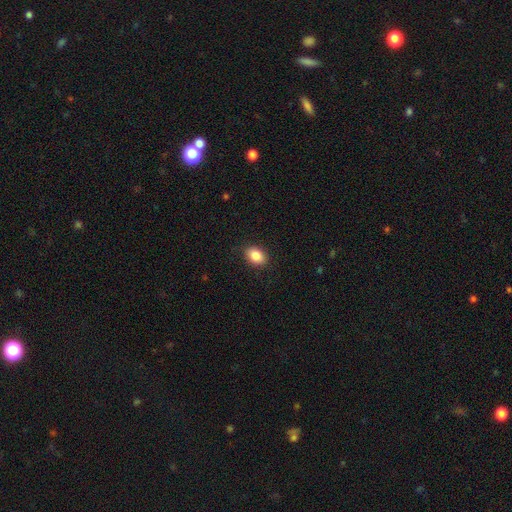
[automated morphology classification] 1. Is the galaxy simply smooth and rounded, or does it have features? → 86% smooth, 8% star or artifact, 6% featured or disk.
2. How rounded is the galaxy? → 77% in between, 22% round, 1% cigar-shaped.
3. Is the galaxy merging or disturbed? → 87% none, 10% minor disturbance, 2% major disturbance, 1% merger.